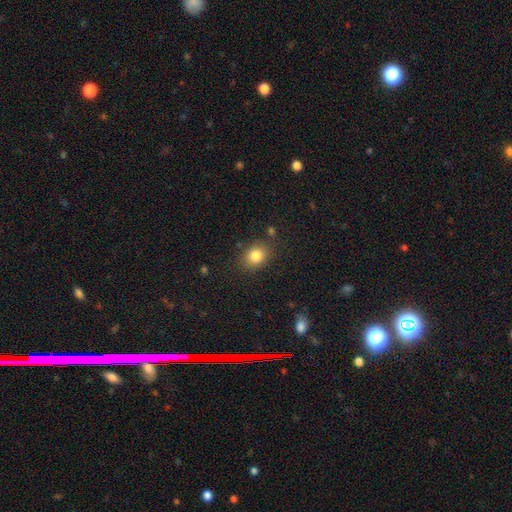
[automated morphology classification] Smooth or featured? Predicted: smooth (p=0.83). How rounded? Predicted: in between (p=0.54). Merging? Predicted: none (p=0.82).